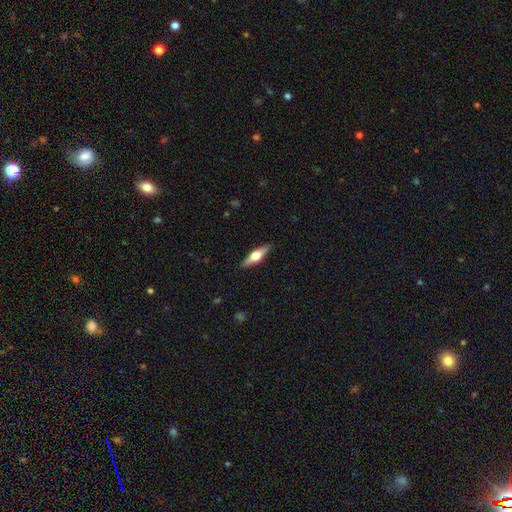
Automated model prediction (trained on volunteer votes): A featured or disk galaxy (59%) viewed edge-on (95%) with a rounded central bulge (94%).

Vote fractions:
- Smooth or featured? featured or disk: 59% / smooth: 35% / star or artifact: 6%
- Edge-on disk? yes: 95% / no: 5%
- Edge-on bulge? rounded: 94% / boxy: 4% / none: 2%
- Merging? none: 90% / minor disturbance: 8% / major disturbance: 2% / merger: 1%